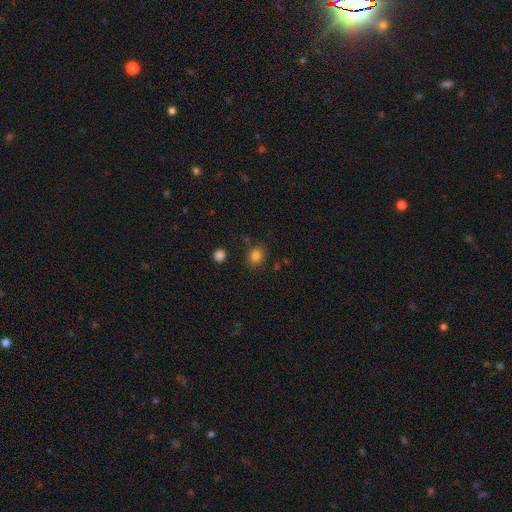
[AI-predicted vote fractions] smooth-or-featured: smooth: 83% | star or artifact: 12% | featured or disk: 5%
  how-rounded: round: 61% | in between: 38% | cigar-shaped: 1%
  merging: none: 81% | minor disturbance: 11% | merger: 4% | major disturbance: 4%